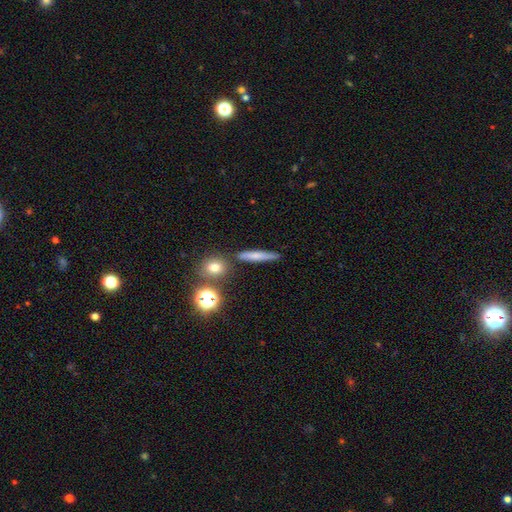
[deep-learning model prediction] The model was most divided on "smooth or featured": smooth: 65%, featured or disk: 24%, star or artifact: 11%. More confident: how rounded — cigar-shaped (82%); merging — none (78%).